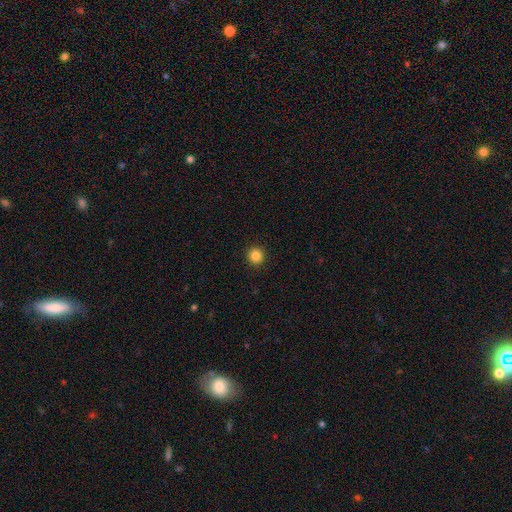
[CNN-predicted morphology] smooth-or-featured: smooth: 86% | star or artifact: 11% | featured or disk: 3%
  how-rounded: round: 94% | in between: 5% | cigar-shaped: 1%
  merging: none: 93% | minor disturbance: 4% | major disturbance: 2% | merger: 1%